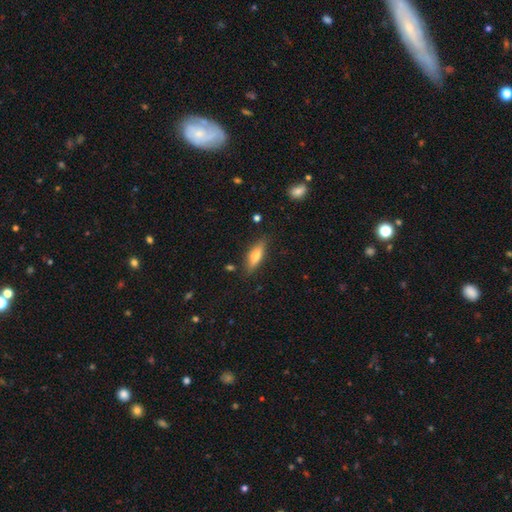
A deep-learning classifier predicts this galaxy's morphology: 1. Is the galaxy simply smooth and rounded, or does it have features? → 63% smooth, 30% featured or disk, 8% star or artifact.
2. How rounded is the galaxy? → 50% in between, 47% cigar-shaped, 2% round.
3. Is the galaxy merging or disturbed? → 81% none, 14% minor disturbance, 3% major disturbance, 2% merger.